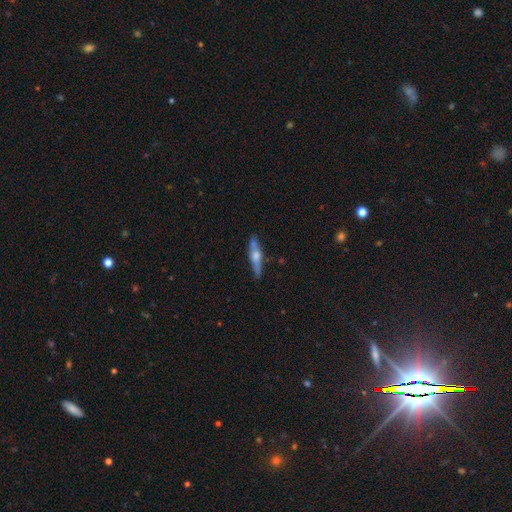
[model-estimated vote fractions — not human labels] Smooth or featured? Predicted: featured or disk (p=0.54). Edge-on disk? Predicted: yes (p=0.91). Merging? Predicted: none (p=0.81).